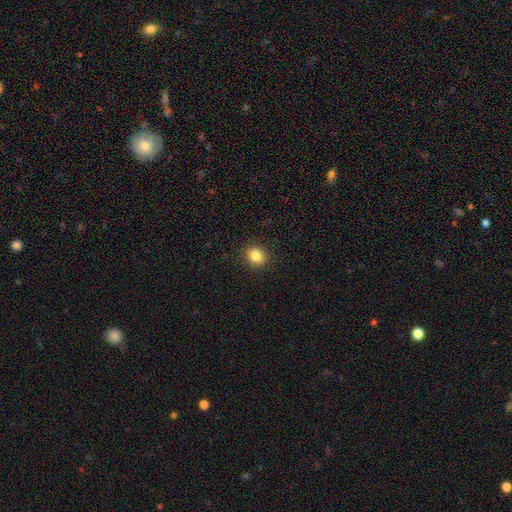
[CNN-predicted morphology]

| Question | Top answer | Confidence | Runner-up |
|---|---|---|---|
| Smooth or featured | smooth | 84% | star or artifact (11%) |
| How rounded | round | 71% | in between (28%) |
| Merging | none | 91% | minor disturbance (6%) |